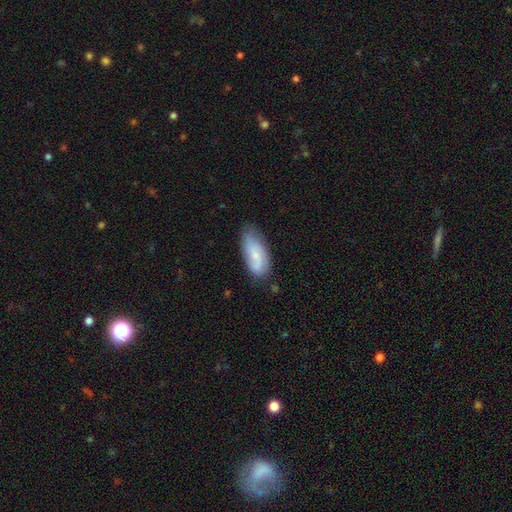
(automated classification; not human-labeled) Smooth or featured: smooth — 53% (featured or disk — 40%)
How rounded: in between — 82% (cigar-shaped — 15%)
Merging: none — 67% (minor disturbance — 25%)